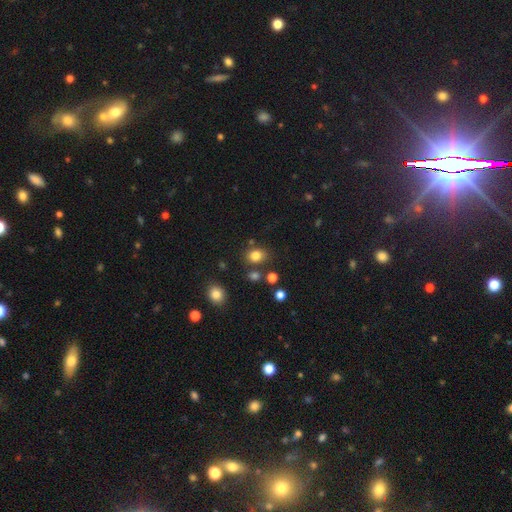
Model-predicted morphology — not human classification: smooth-or-featured: smooth: 81% | star or artifact: 13% | featured or disk: 6%
  how-rounded: round: 52% | in between: 47% | cigar-shaped: 1%
  merging: none: 75% | minor disturbance: 13% | merger: 8% | major disturbance: 4%